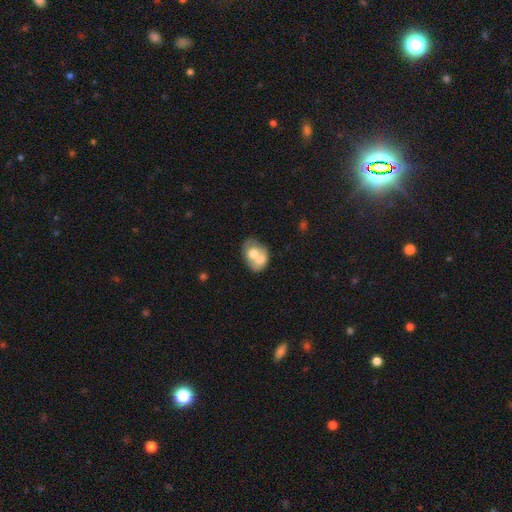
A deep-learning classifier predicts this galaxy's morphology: Smooth or featured? Predicted: smooth (p=0.60). How rounded? Predicted: in between (p=0.59). Merging? Predicted: merger (p=0.64).